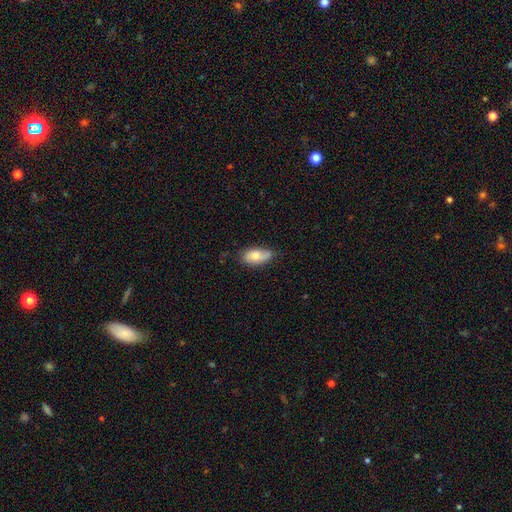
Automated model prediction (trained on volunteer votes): Smooth or featured?
  - smooth: 71% *
  - featured or disk: 22%
  - star or artifact: 7%
How rounded?
  - in between: 90% *
  - cigar-shaped: 6%
  - round: 4%
Merging?
  - none: 62% *
  - minor disturbance: 30%
  - major disturbance: 6%
  - merger: 3%